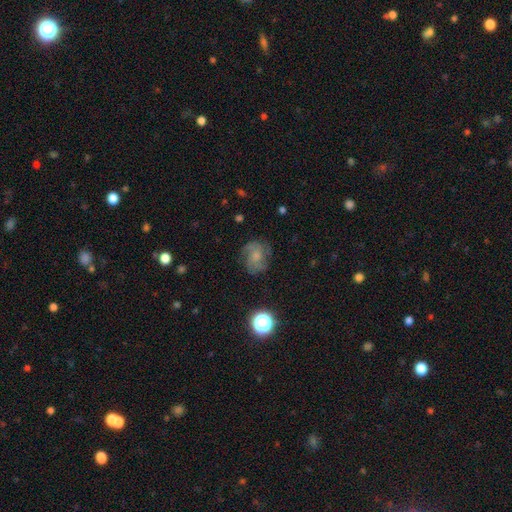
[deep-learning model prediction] Morphology: type=featured or disk (49%); merging=none (67%).